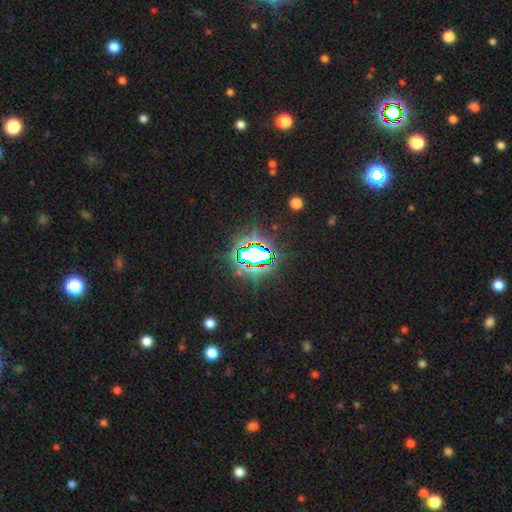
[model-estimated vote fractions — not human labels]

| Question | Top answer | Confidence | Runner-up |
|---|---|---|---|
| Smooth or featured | star or artifact | 75% | smooth (14%) |